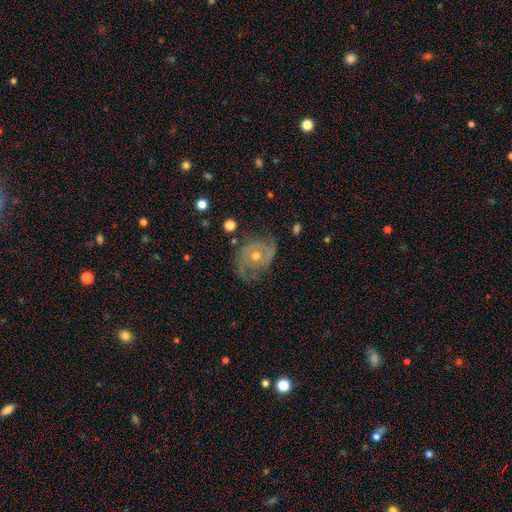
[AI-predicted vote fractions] Smooth or featured: featured or disk — 85% (smooth — 8%)
Edge-on disk: no — 97% (yes — 3%)
Bar: no — 76% (weak — 19%)
Spiral arms: yes — 94% (no — 6%)
Spiral winding: tight — 44% (medium — 43%)
Spiral arm count: 2 — 69% (can't tell — 12%)
Bulge size: moderate — 57% (small — 40%)
Merging: none — 72% (minor disturbance — 19%)